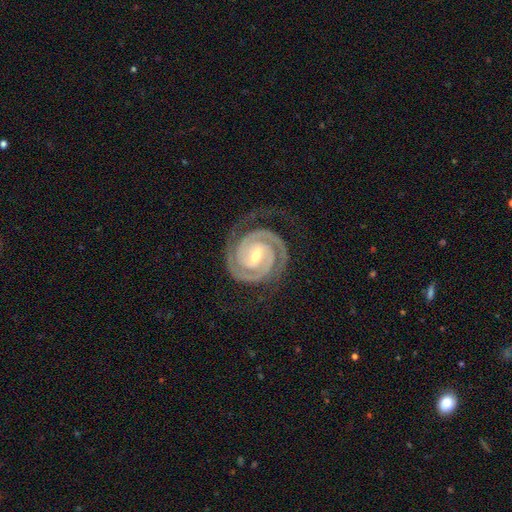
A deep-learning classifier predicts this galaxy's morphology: Smooth or featured? Predicted: featured or disk (p=0.94). Edge-on disk? Predicted: no (p=0.98). Bar? Predicted: weak (p=0.42). Spiral arms? Predicted: yes (p=0.99). Spiral winding? Predicted: tight (p=0.82). Spiral arm count? Predicted: 2 (p=0.91). Bulge size? Predicted: moderate (p=0.50). Merging? Predicted: none (p=0.80).